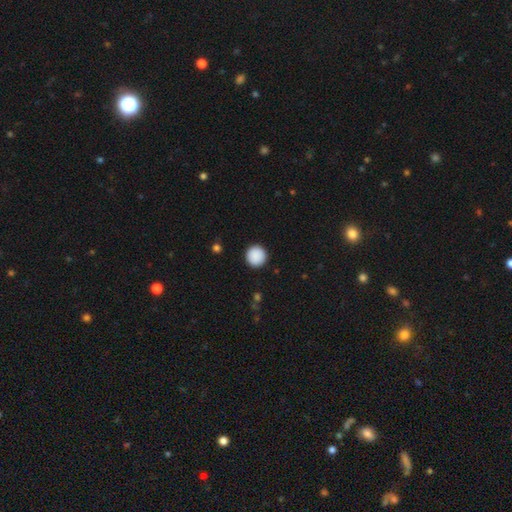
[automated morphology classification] Smooth or featured?
  - smooth: 90% *
  - star or artifact: 8%
  - featured or disk: 2%
How rounded?
  - round: 96% *
  - in between: 3%
  - cigar-shaped: 1%
Merging?
  - none: 93% *
  - minor disturbance: 5%
  - major disturbance: 2%
  - merger: 1%